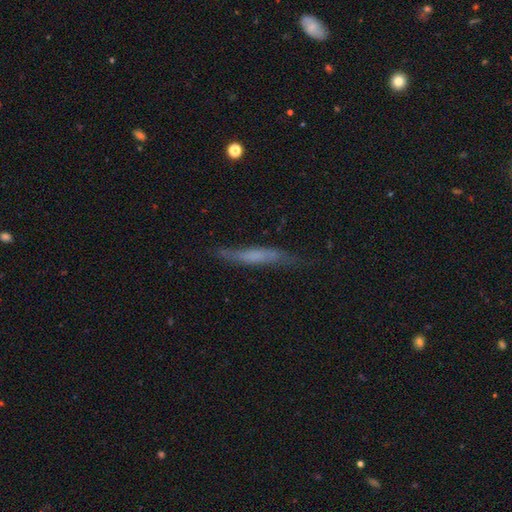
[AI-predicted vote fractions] A smooth galaxy with no disk features (49%).

Vote fractions:
- Smooth or featured? smooth: 49% / featured or disk: 43% / star or artifact: 9%
- Merging? none: 70% / minor disturbance: 22% / major disturbance: 6% / merger: 2%